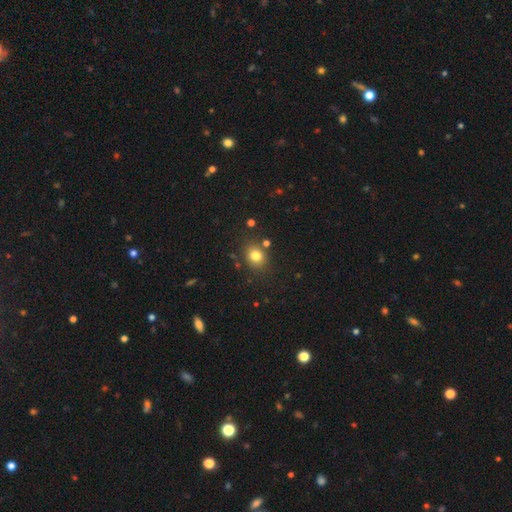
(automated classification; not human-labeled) This appears to be a smooth galaxy with no disk features (79%) that is round (65%). Merging: none (81%).